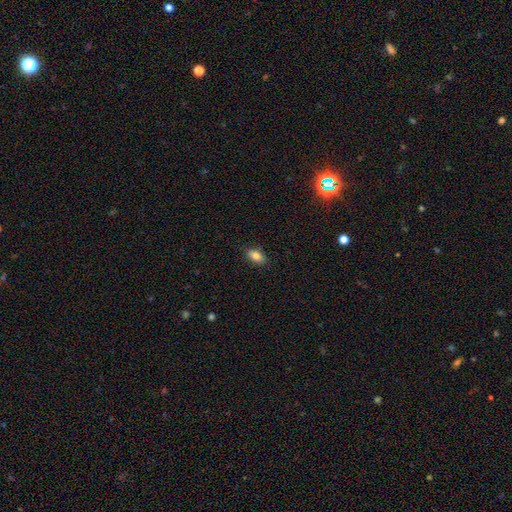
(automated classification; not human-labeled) smooth 82%, featured or disk 10%, star or artifact 8%. Down the decision tree: how rounded — in between (88%); merging — none (87%).